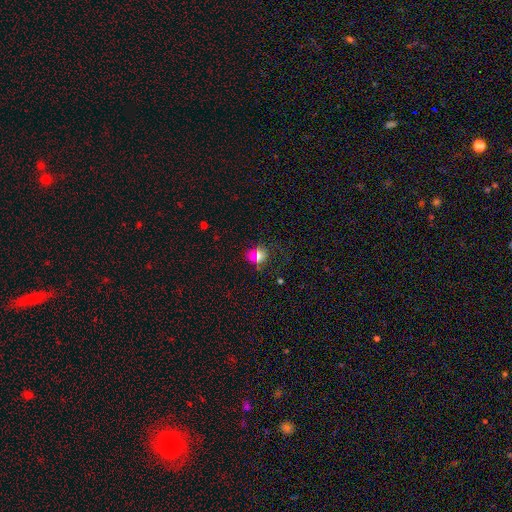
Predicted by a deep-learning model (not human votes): smooth 68%, star or artifact 20%, featured or disk 11%. Down the decision tree: how rounded — round (63%); merging — none (70%).